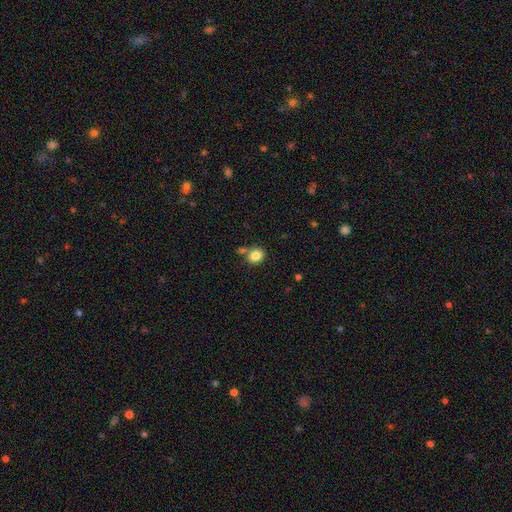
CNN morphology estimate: Smooth or featured? Predicted: smooth (p=0.84). How rounded? Predicted: round (p=0.59). Merging? Predicted: none (p=0.67).